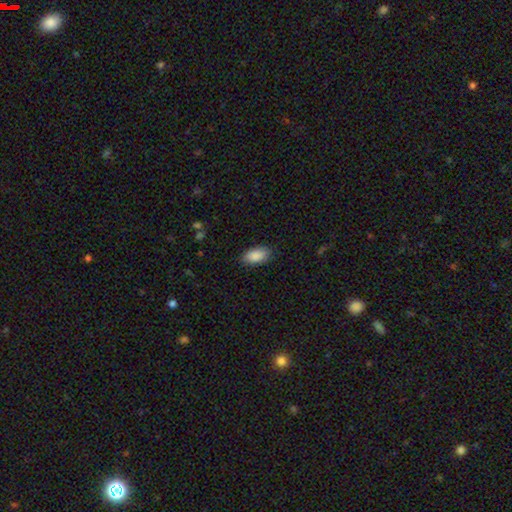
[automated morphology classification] A smooth galaxy with no disk features (89%) that is in between round and cigar-shaped (93%). Merging: none (84%).